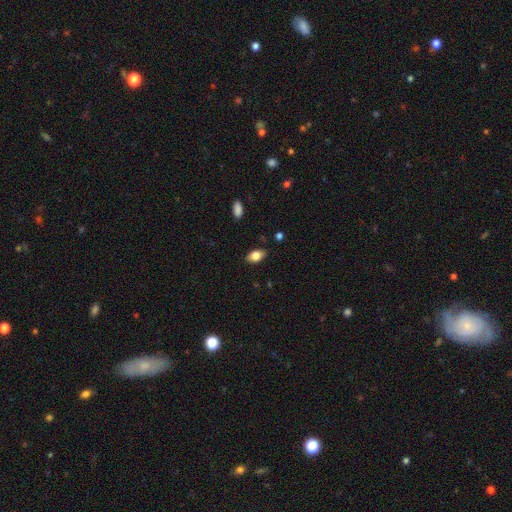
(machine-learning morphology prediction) smooth 80%, featured or disk 12%, star or artifact 8%. Down the decision tree: how rounded — in between (90%); merging — none (84%).